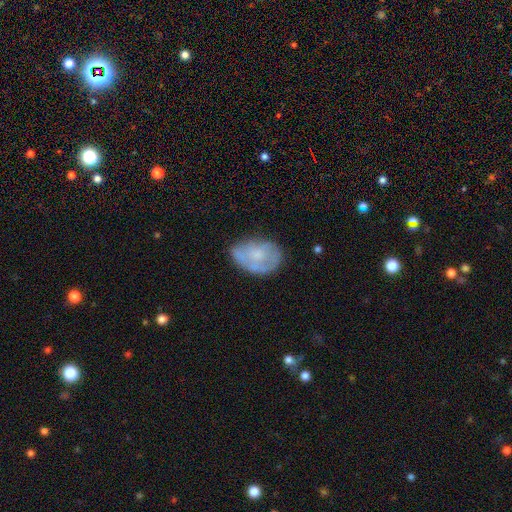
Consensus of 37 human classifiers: A featured or disk galaxy (54%) with no bar (90%), no spiral arms (85%) and a small central bulge (55%).

Vote fractions:
- Smooth or featured? featured or disk: 54% / smooth: 38% / star or artifact: 8%
- Edge-on disk? no: 100% / yes: 0%
- Bar? no: 90% / strong: 5% / weak: 5%
- Spiral arms? no: 85% / yes: 15%
- Bulge size? small: 55% / moderate: 30% / none: 15% / dominant: 0% / large: 0%
- Merging? none: 53% / minor disturbance: 32% / major disturbance: 15% / merger: 0%